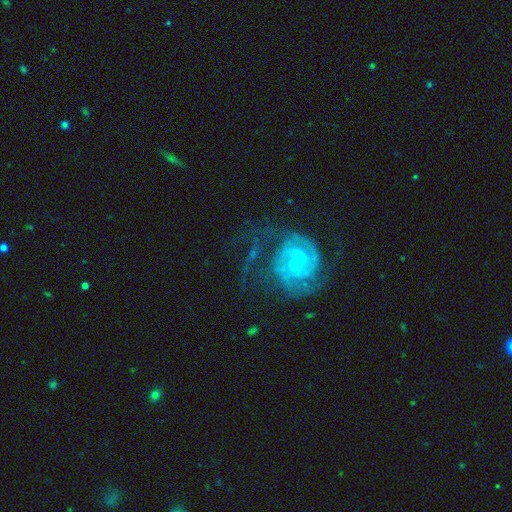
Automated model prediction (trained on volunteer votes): Morphology: type=featured or disk (78%); edge-on=no (97%); bar=no (45%); spiral arms=yes (95%); winding=tight (60%); arm count=2 (48%); bulge=small (61%); merging=none (64%).